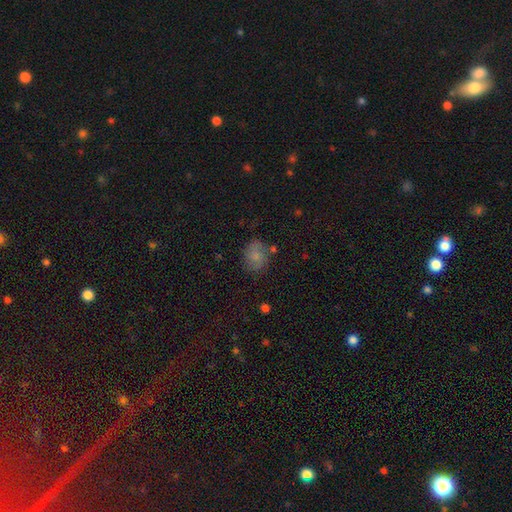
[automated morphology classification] Smooth or featured? Predicted: smooth (p=0.71). How rounded? Predicted: round (p=0.60). Merging? Predicted: none (p=0.70).